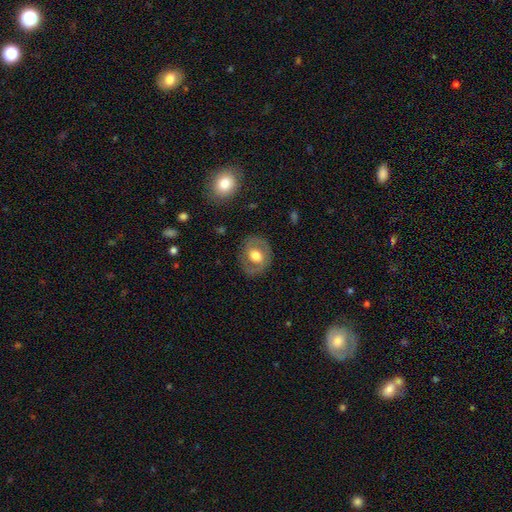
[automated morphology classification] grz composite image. It shows a featured or disk galaxy (52%). Merging: none (80%).